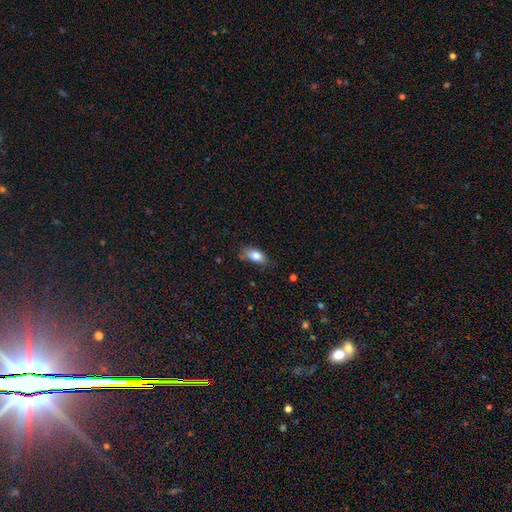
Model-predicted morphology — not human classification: This appears to be a smooth galaxy with no disk features (81%) that is in between round and cigar-shaped (88%). Merging: none (74%).